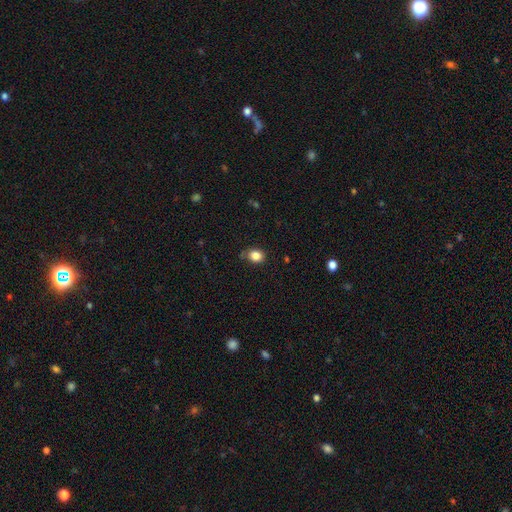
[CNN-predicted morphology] type=smooth (84%); roundness=round (58%); merging=none (74%).